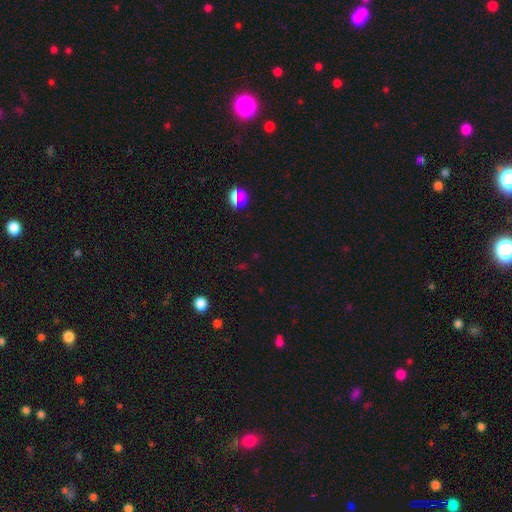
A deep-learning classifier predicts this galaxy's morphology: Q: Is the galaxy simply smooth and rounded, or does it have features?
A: star or artifact — 64%.